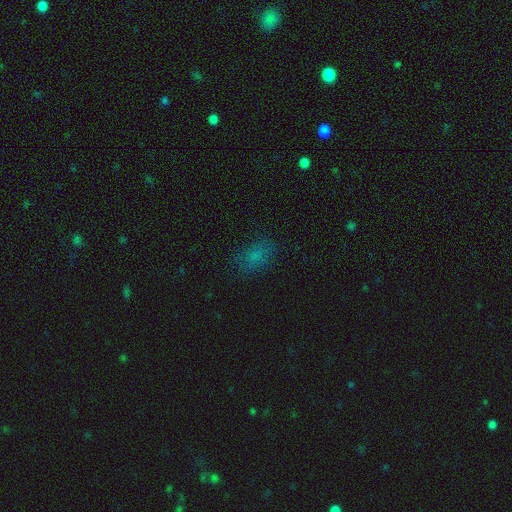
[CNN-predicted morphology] type=smooth (70%); roundness=in between (82%); merging=none (75%).